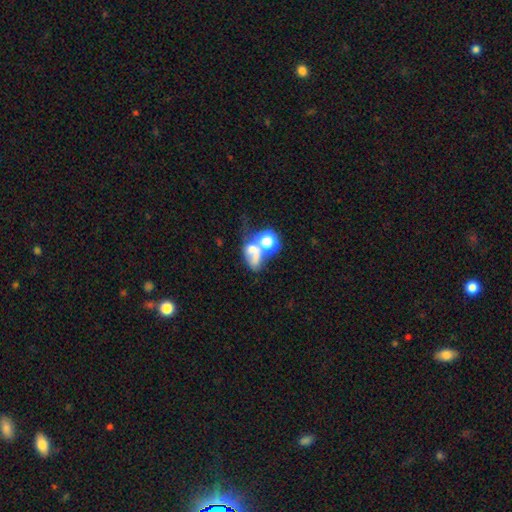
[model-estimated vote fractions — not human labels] This is possibly a smooth galaxy (49%). Merging: possibly merger (53%).